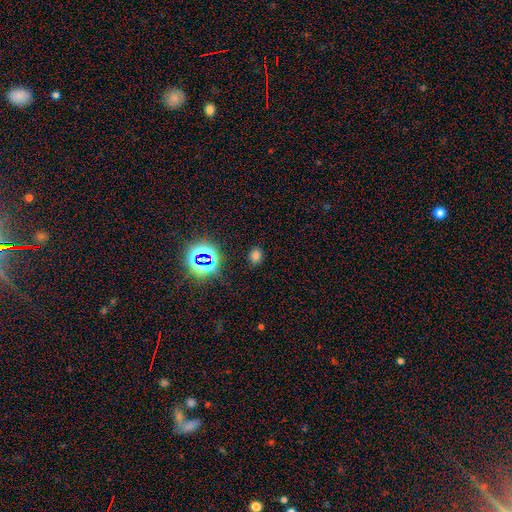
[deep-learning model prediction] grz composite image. It shows a smooth galaxy with no disk features (67%) that is round (53%). Merging: none (85%).